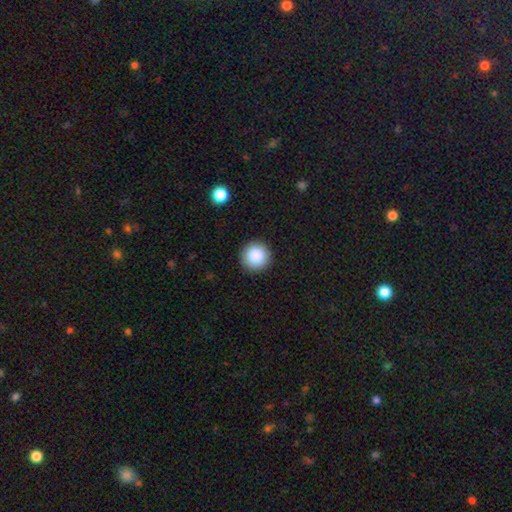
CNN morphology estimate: smooth-or-featured: smooth: 88% | star or artifact: 8% | featured or disk: 3%
  how-rounded: round: 96% | in between: 3% | cigar-shaped: 1%
  merging: none: 92% | minor disturbance: 5% | major disturbance: 2% | merger: 1%